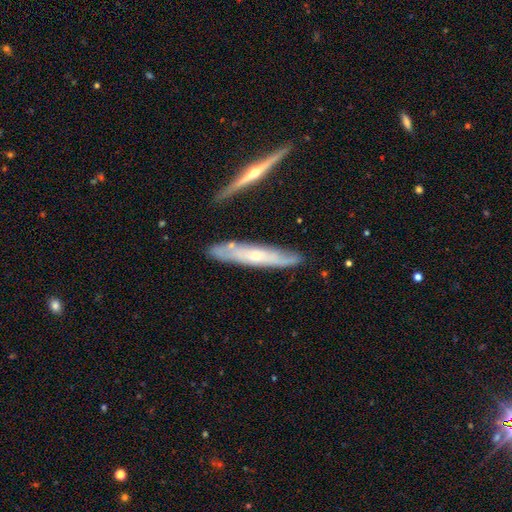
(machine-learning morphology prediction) type=featured or disk (64%); edge-on=yes (70%); merging=none (78%).